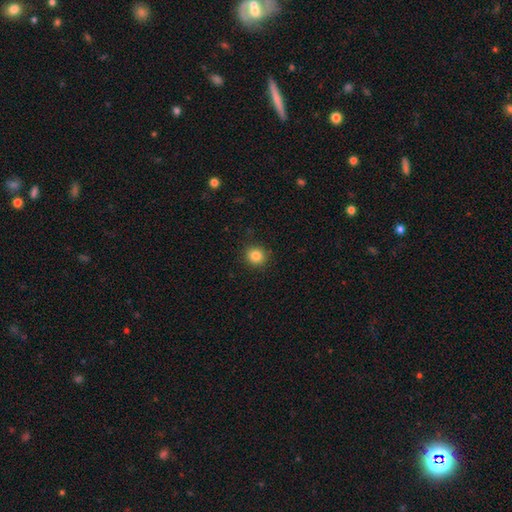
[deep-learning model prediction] A smooth galaxy with no disk features (84%) that is round (89%).

Vote fractions:
- Smooth or featured? smooth: 84% / star or artifact: 11% / featured or disk: 5%
- How rounded? round: 89% / in between: 10% / cigar-shaped: 1%
- Merging? none: 91% / minor disturbance: 6% / major disturbance: 2% / merger: 1%